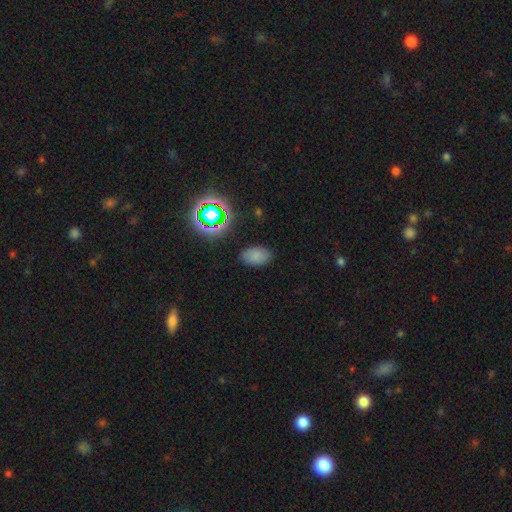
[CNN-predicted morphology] Smooth or featured: smooth — 74% (star or artifact — 17%)
How rounded: in between — 90% (round — 9%)
Merging: none — 83% (minor disturbance — 12%)